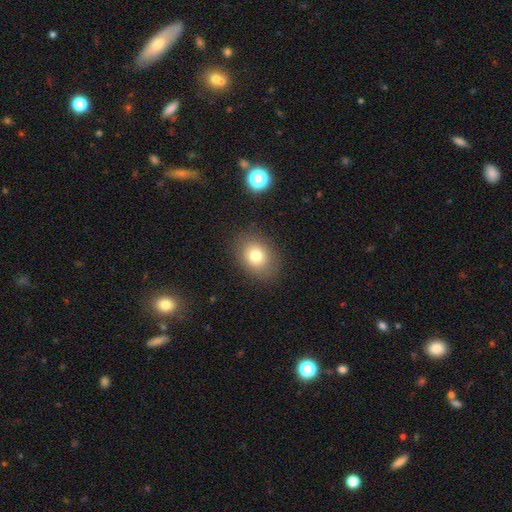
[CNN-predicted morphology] Overall: smooth (78%). How rounded: in between (58%; round 41%). Merging: none (84%).